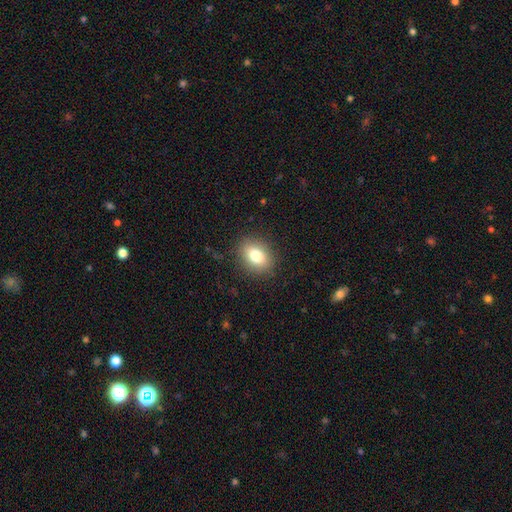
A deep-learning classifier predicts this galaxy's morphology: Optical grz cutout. It shows a smooth galaxy with no disk features (80%) that is in between round and cigar-shaped (68%). Merging: none (87%).